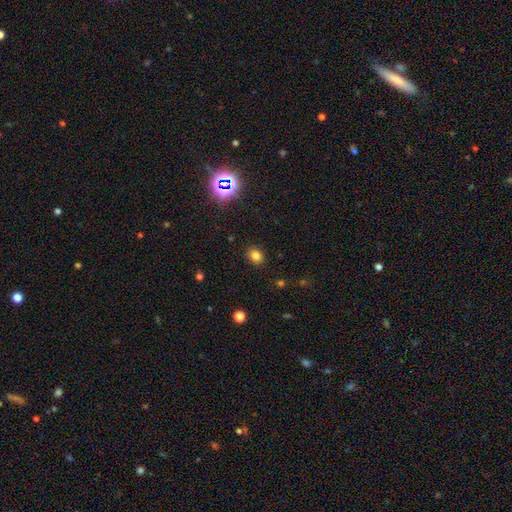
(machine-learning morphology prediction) This is likely a smooth galaxy (79%). How rounded: possibly round (60%). Merging: clearly none (88%).